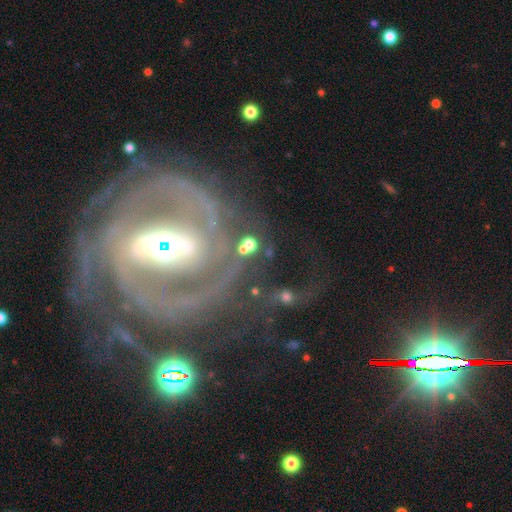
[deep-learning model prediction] Smooth or featured: featured or disk — 88% (star or artifact — 7%)
Edge-on disk: no — 97% (yes — 3%)
Bar: strong — 50% (weak — 34%)
Spiral arms: yes — 95% (no — 5%)
Spiral winding: tight — 60% (medium — 32%)
Spiral arm count: 2 — 51% (can't tell — 18%)
Bulge size: moderate — 45% (large — 25%)
Merging: none — 64% (minor disturbance — 17%)